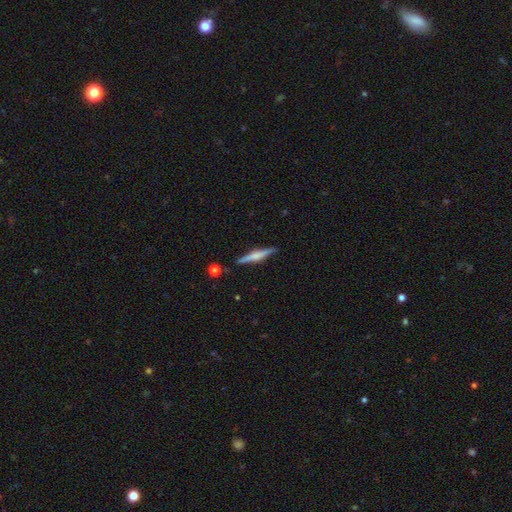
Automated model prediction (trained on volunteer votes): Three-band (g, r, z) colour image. It shows a featured or disk galaxy (63%) viewed edge-on (98%) with a rounded central bulge (65%). Merging: none (89%).